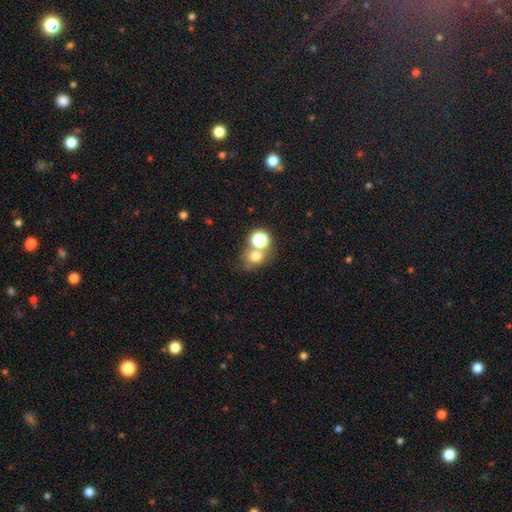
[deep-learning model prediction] smooth-or-featured: smooth: 69% | star or artifact: 19% | featured or disk: 13%
  how-rounded: round: 71% | in between: 28% | cigar-shaped: 1%
  merging: none: 46% | merger: 40% | minor disturbance: 9% | major disturbance: 5%